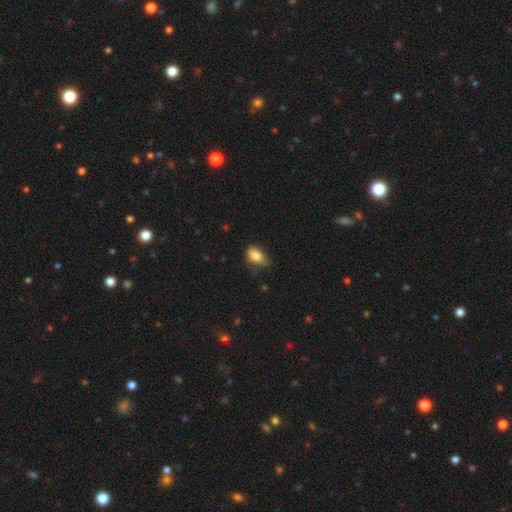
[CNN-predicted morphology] smooth_or_featured: smooth (p=0.81) [alt: featured or disk p=0.10]
how_rounded: in between (p=0.85) [alt: round p=0.13]
merging: none (p=0.48) [alt: minor disturbance p=0.38]